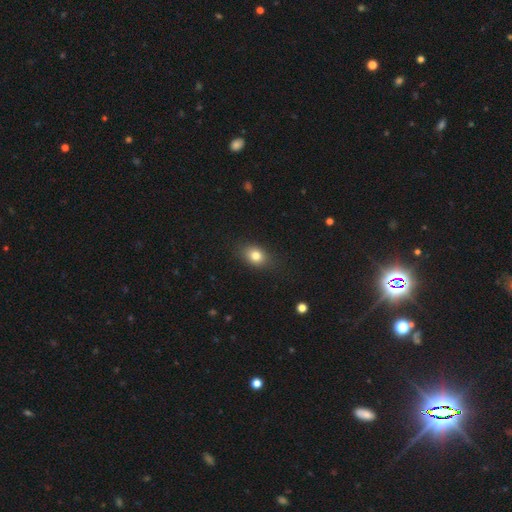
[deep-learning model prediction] A smooth galaxy with no disk features (80%) that is in between round and cigar-shaped (68%). Merging: none (83%).